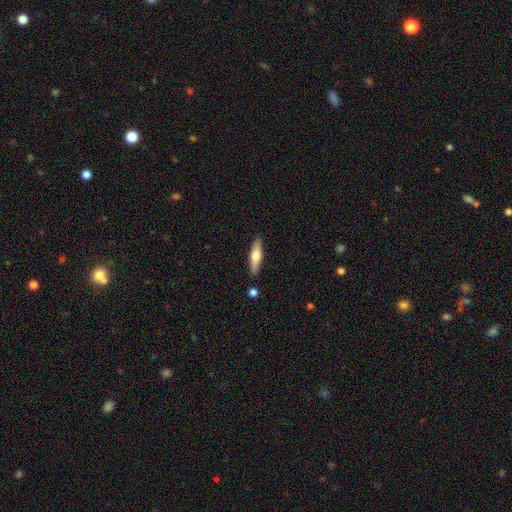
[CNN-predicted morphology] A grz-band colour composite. It shows a smooth galaxy with no disk features (61%) that is cigar-shaped (69%). Merging: none (86%).